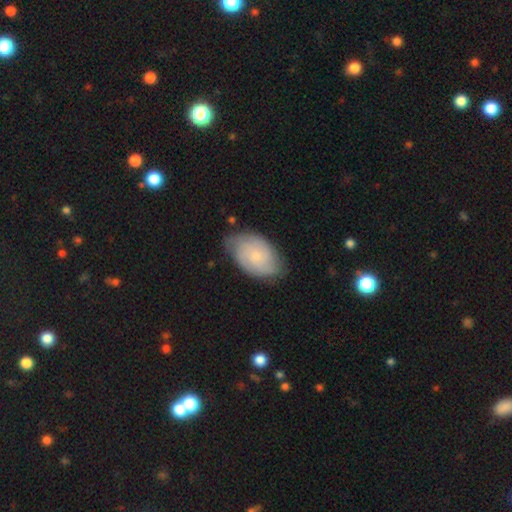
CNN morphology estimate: A featured or disk galaxy (57%) with no bar (77%), spiral arms (89%) and a small central bulge (71%).

Vote fractions:
- Smooth or featured? featured or disk: 57% / smooth: 37% / star or artifact: 6%
- Edge-on disk? no: 96% / yes: 4%
- Bar? no: 77% / weak: 20% / strong: 2%
- Spiral arms? yes: 89% / no: 11%
- Bulge size? small: 71% / moderate: 19% / none: 7% / large: 2% / dominant: 1%
- Merging? none: 69% / minor disturbance: 24% / major disturbance: 5% / merger: 1%